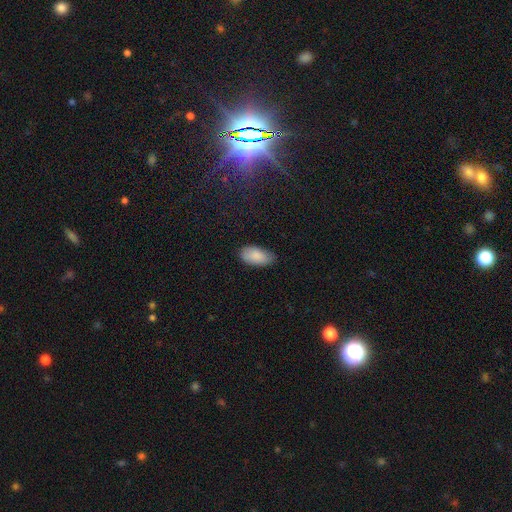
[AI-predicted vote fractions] Overall: smooth (88%). How rounded: in between (94%). Merging: none (71%).